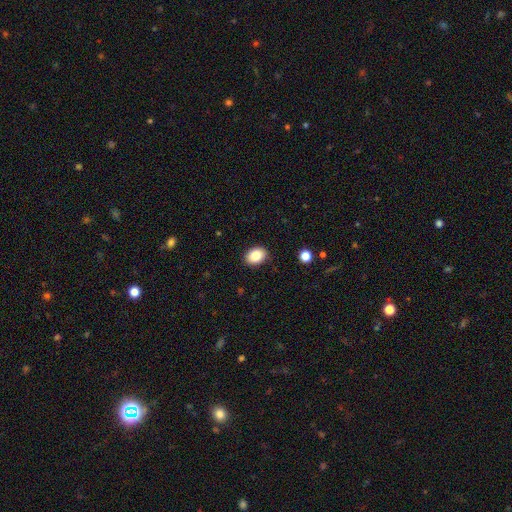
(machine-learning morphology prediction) smooth_or_featured: smooth (p=0.84) [alt: star or artifact p=0.09]
how_rounded: in between (p=0.74) [alt: round p=0.25]
merging: none (p=0.89) [alt: minor disturbance p=0.08]